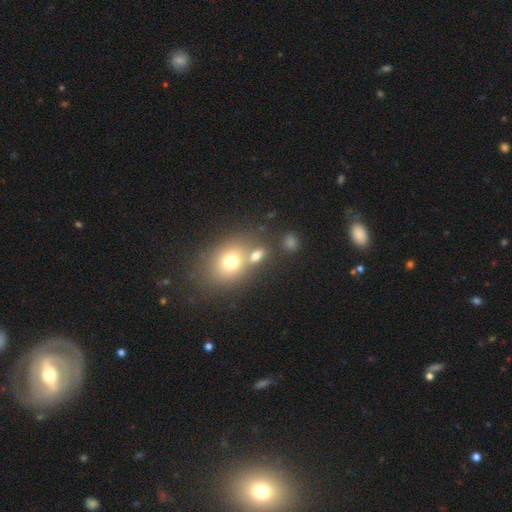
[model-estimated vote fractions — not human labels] smooth 70%, featured or disk 15%, star or artifact 15%. Down the decision tree: how rounded — in between (56%); merging — none (46%).